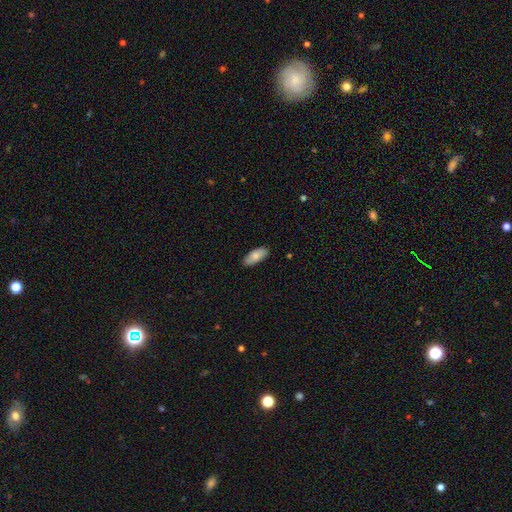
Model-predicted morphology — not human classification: type=smooth (83%); roundness=in between (85%); merging=none (87%).